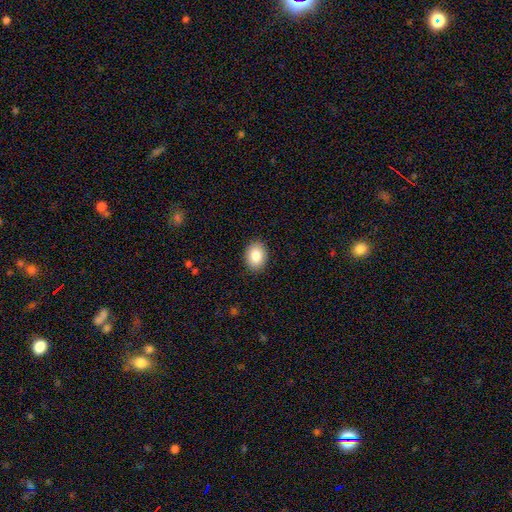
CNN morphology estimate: A smooth galaxy with no disk features (85%) that is in between round and cigar-shaped (64%). Merging: none (89%).